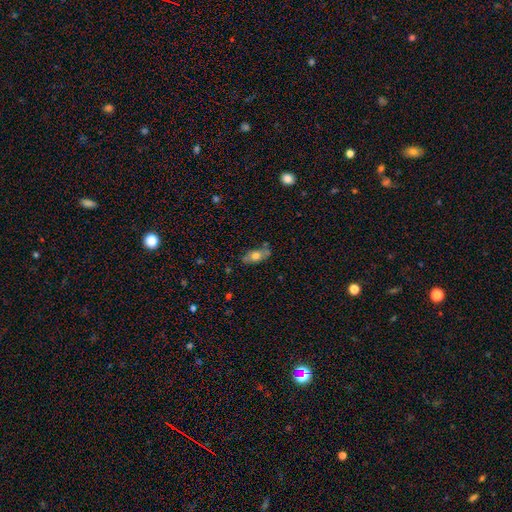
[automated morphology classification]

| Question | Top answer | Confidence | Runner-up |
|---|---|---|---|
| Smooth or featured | smooth | 65% | featured or disk (28%) |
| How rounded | in between | 82% | cigar-shaped (13%) |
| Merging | none | 69% | minor disturbance (20%) |